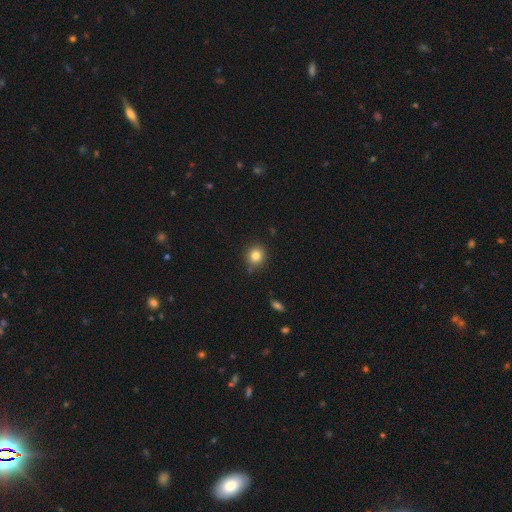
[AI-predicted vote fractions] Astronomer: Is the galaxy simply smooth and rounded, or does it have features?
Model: smooth — 82%.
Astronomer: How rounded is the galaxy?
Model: round — 88%.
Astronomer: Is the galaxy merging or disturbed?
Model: none — 85%.